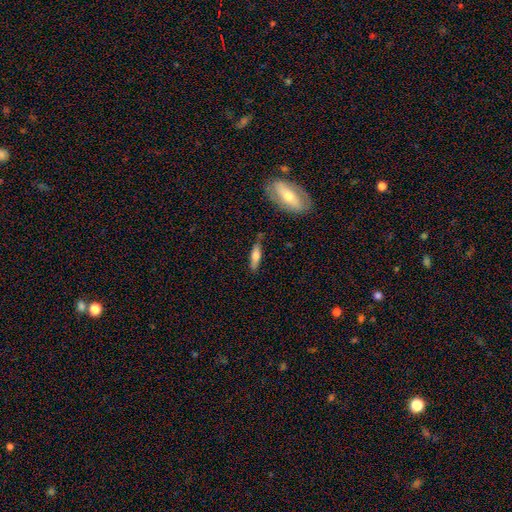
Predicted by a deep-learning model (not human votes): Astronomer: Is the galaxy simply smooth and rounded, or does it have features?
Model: smooth — 66%.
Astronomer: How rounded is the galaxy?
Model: cigar-shaped — 66%.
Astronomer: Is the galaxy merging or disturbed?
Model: none — 74%.